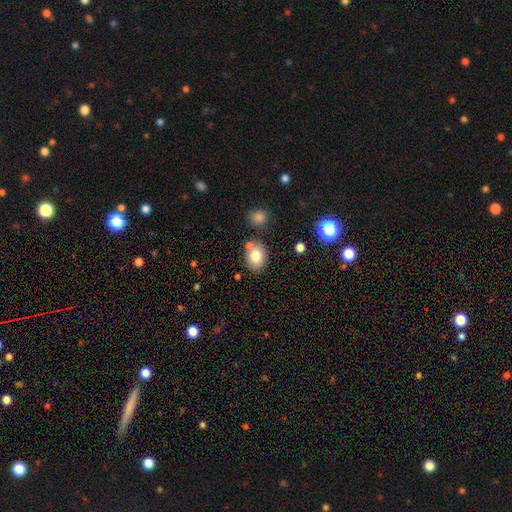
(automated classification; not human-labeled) Morphology: type=smooth (79%); roundness=in between (57%); merging=none (70%).